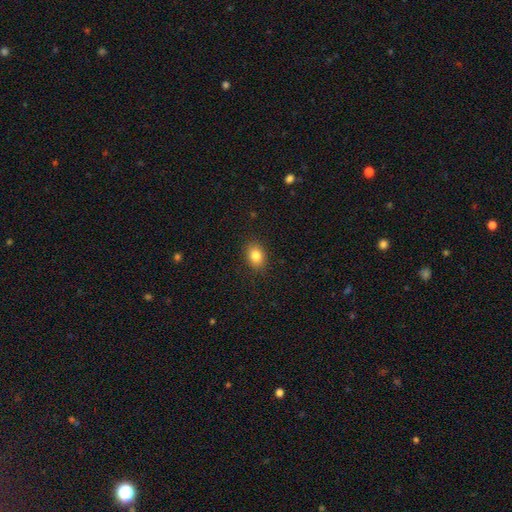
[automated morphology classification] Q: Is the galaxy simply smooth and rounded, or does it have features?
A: smooth — 84%.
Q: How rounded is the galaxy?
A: in between — 72%.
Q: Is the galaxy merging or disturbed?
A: none — 88%.